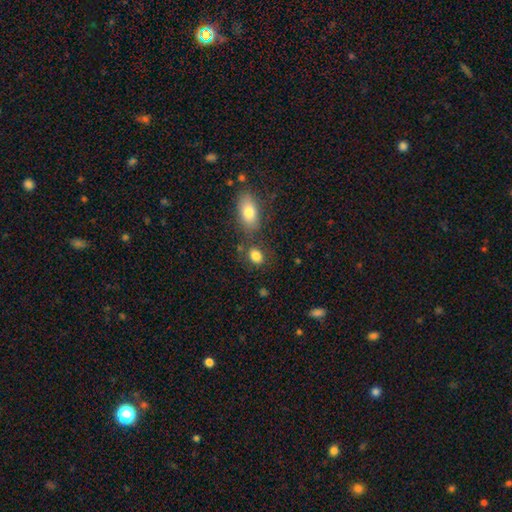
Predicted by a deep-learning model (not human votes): Smooth or featured? Predicted: smooth (p=0.83). How rounded? Predicted: in between (p=0.72). Merging? Predicted: none (p=0.68).